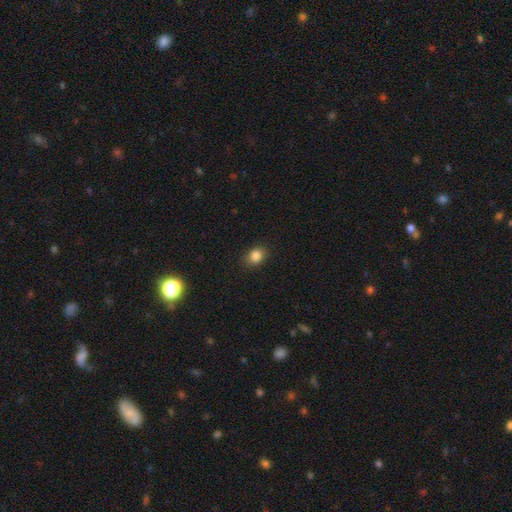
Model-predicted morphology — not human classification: This appears to be a smooth galaxy with no disk features (85%) that is in between round and cigar-shaped (53%). Merging: none (87%).